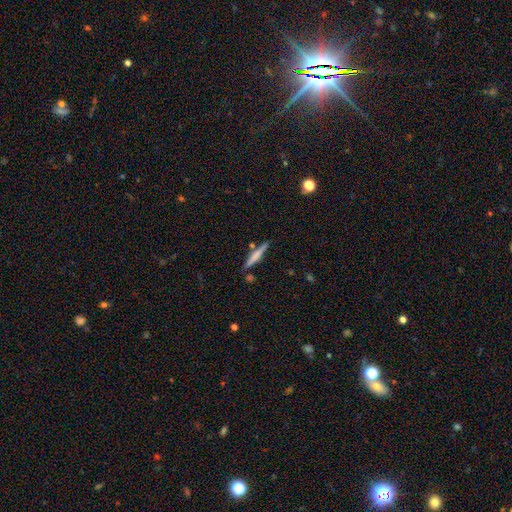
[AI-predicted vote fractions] This is possibly a smooth galaxy (54%). How rounded: clearly cigar-shaped (93%). Merging: likely none (80%).